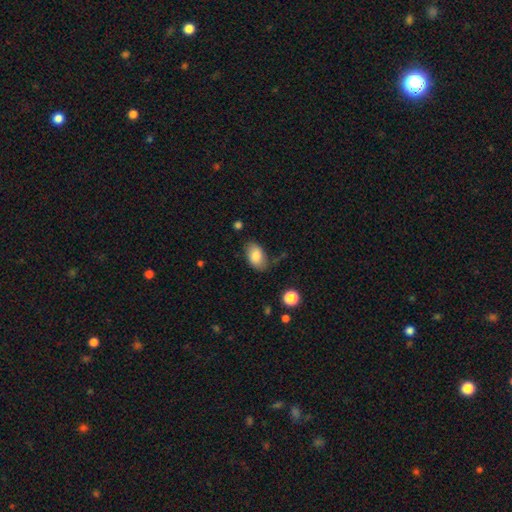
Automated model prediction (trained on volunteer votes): smooth_or_featured: smooth (p=0.84) [alt: featured or disk p=0.09]
how_rounded: in between (p=0.90) [alt: round p=0.09]
merging: none (p=0.70) [alt: minor disturbance p=0.21]